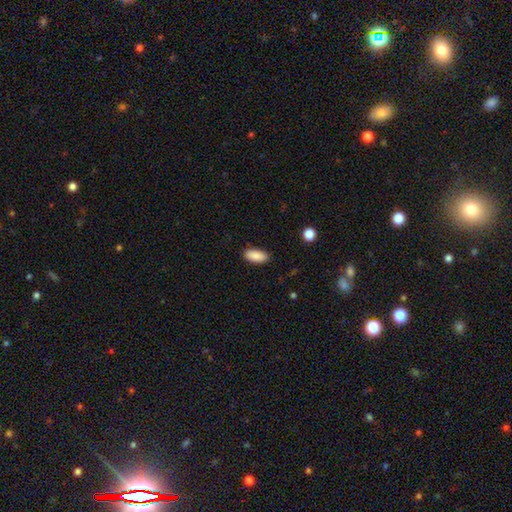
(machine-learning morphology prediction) Q: Smooth or featured?
A: smooth (88%); runner-up: star or artifact (7%)
Q: How rounded?
A: in between (87%); runner-up: cigar-shaped (11%)
Q: Merging?
A: none (87%); runner-up: minor disturbance (9%)